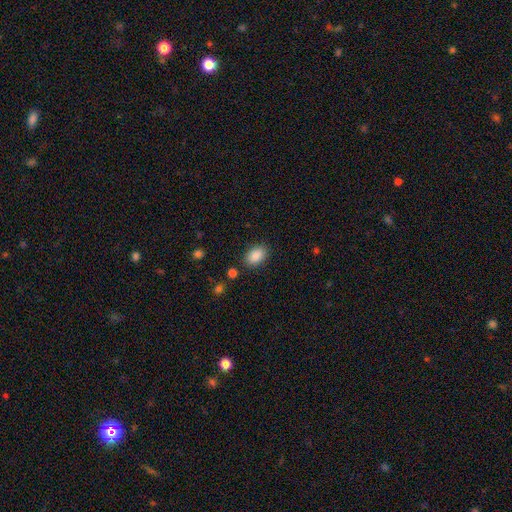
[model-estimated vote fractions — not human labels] Smooth or featured? smooth (88%)
How rounded? in between (88%)
Merging? none (85%)